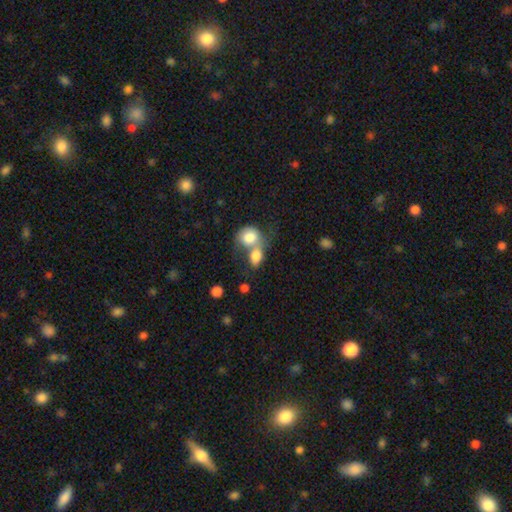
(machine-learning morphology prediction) The model was most divided on "how rounded": in between: 64%, round: 34%, cigar-shaped: 2%. More confident: smooth or featured — smooth (80%); merging — merger (68%).